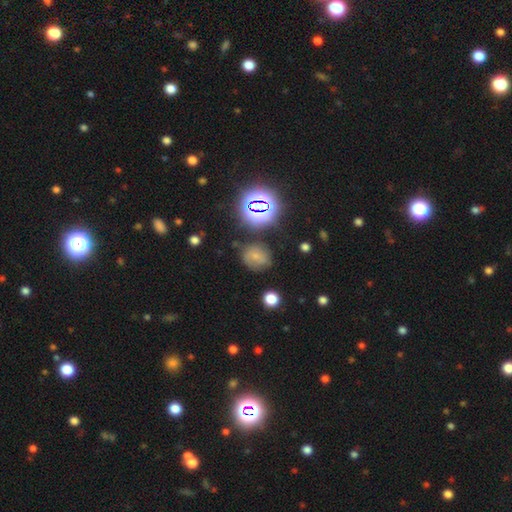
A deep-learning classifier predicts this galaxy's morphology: type=smooth (58%); roundness=round (70%); merging=none (68%).